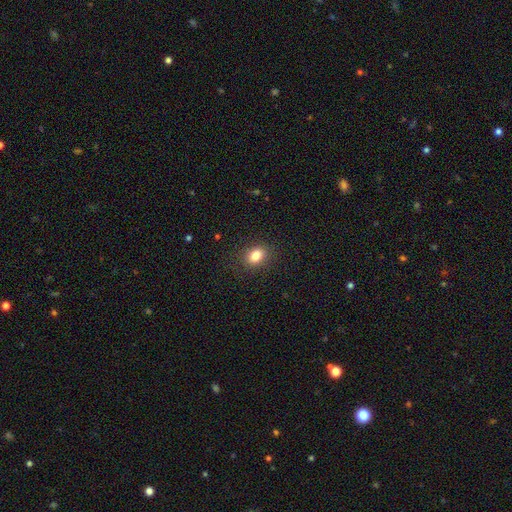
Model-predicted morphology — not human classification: smooth_or_featured: smooth (p=0.83) [alt: star or artifact p=0.10]
how_rounded: in between (p=0.64) [alt: round p=0.35]
merging: none (p=0.86) [alt: minor disturbance p=0.10]